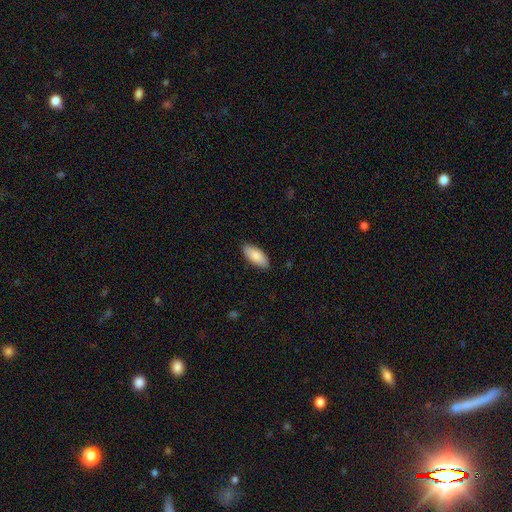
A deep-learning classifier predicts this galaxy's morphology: Smooth or featured? smooth (86%)
How rounded? in between (85%)
Merging? none (87%)